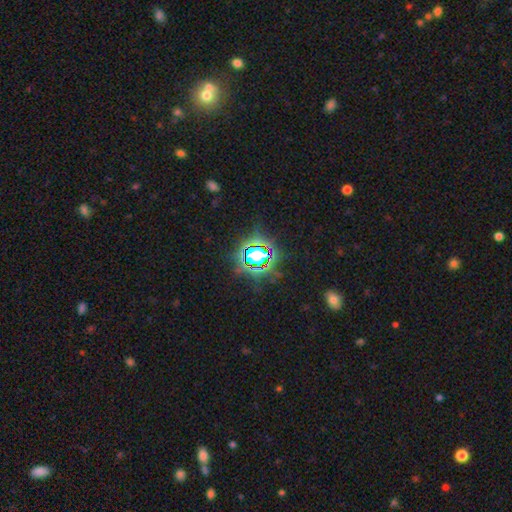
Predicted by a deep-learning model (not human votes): The model was most divided on "smooth or featured": star or artifact: 74%, smooth: 15%, featured or disk: 10%.